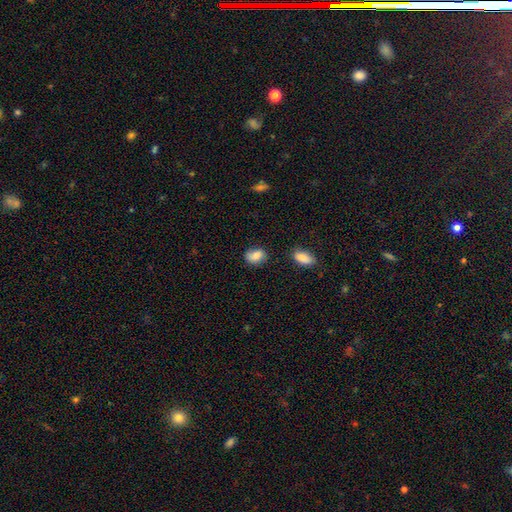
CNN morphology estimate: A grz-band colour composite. It shows a smooth galaxy with no disk features (81%) that is in between round and cigar-shaped (70%). Merging: none (72%).